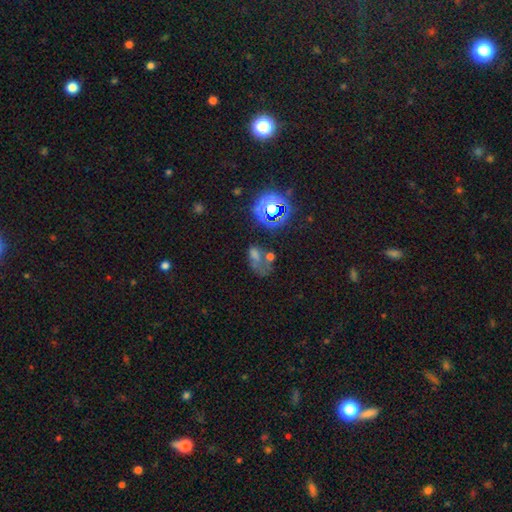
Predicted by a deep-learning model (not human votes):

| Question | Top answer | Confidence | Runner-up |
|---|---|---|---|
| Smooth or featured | star or artifact | 45% | smooth (34%) |